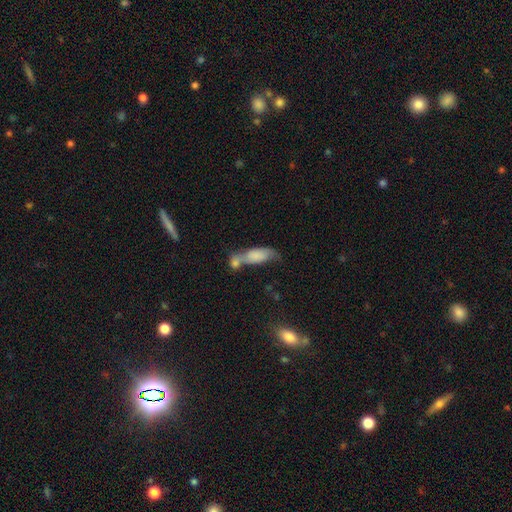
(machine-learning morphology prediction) Smooth or featured?
  - smooth: 74% *
  - featured or disk: 19%
  - star or artifact: 8%
How rounded?
  - in between: 75% *
  - cigar-shaped: 21%
  - round: 4%
Merging?
  - merger: 55% *
  - none: 23%
  - minor disturbance: 13%
  - major disturbance: 9%